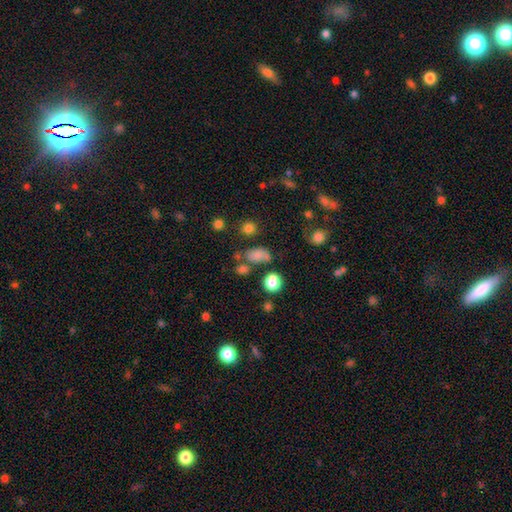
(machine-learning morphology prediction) The model was most divided on "merging": none: 56%, minor disturbance: 20%, merger: 15%, major disturbance: 9%. More confident: how rounded — in between (76%); smooth or featured — smooth (73%).